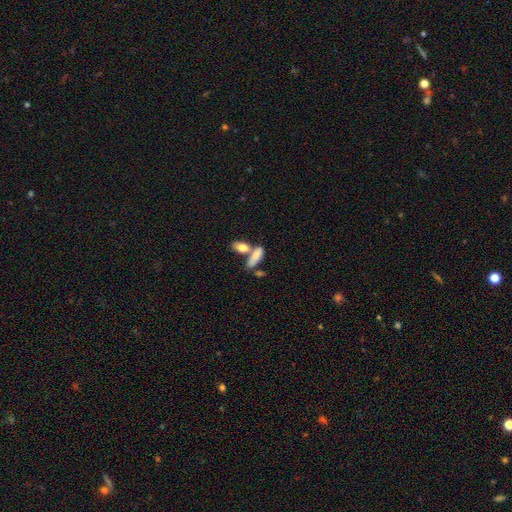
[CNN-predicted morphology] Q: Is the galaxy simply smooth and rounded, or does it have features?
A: smooth — 79%.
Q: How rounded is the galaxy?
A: in between — 76%.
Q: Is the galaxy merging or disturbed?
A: merger — 48%.